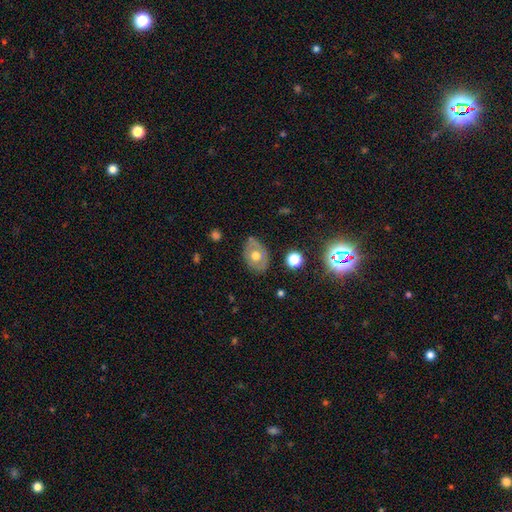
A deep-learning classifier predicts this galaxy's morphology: A smooth galaxy with no disk features (52%) that is in between round and cigar-shaped (70%).

Vote fractions:
- Smooth or featured? smooth: 52% / featured or disk: 39% / star or artifact: 9%
- How rounded? in between: 70% / round: 28% / cigar-shaped: 1%
- Merging? none: 77% / minor disturbance: 17% / major disturbance: 4% / merger: 2%